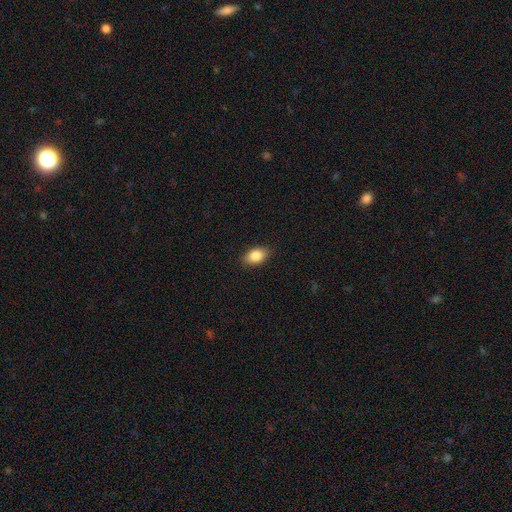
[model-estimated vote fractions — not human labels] Q: Smooth or featured?
A: smooth (87%); runner-up: star or artifact (7%)
Q: How rounded?
A: in between (88%); runner-up: round (10%)
Q: Merging?
A: none (87%); runner-up: minor disturbance (10%)